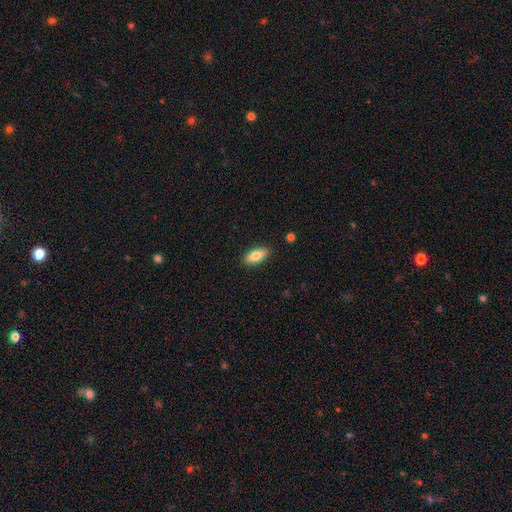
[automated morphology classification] A smooth galaxy with no disk features (80%) that is in between round and cigar-shaped (82%). Merging: none (89%).